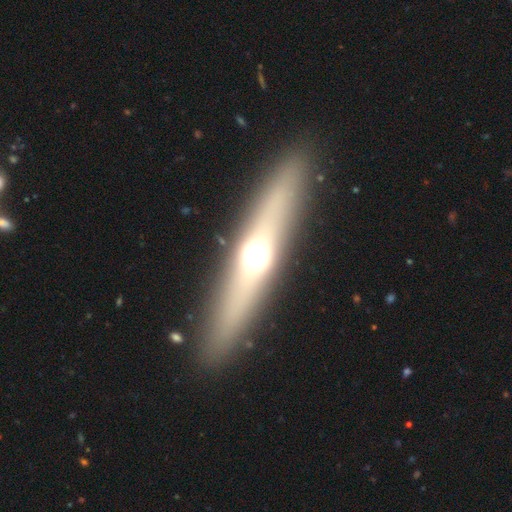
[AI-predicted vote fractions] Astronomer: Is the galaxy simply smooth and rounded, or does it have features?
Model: featured or disk — 51% (runner-up: smooth, 40%).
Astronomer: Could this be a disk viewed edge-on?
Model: yes — 86%.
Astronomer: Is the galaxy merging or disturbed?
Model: none — 90%.